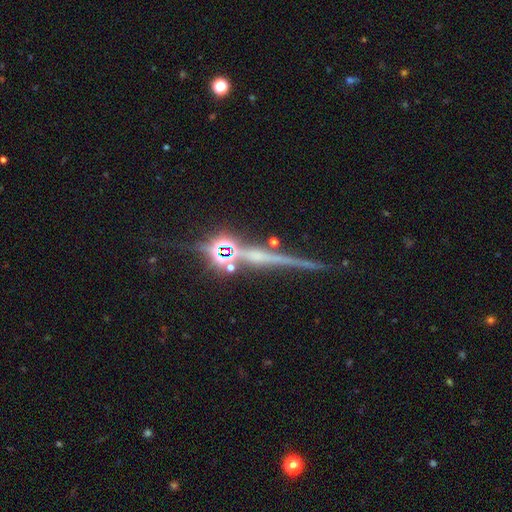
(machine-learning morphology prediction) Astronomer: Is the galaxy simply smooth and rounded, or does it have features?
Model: featured or disk — 50% (runner-up: star or artifact, 32%).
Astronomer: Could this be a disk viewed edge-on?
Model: yes — 84%.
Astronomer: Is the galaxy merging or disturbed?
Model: none — 60%.